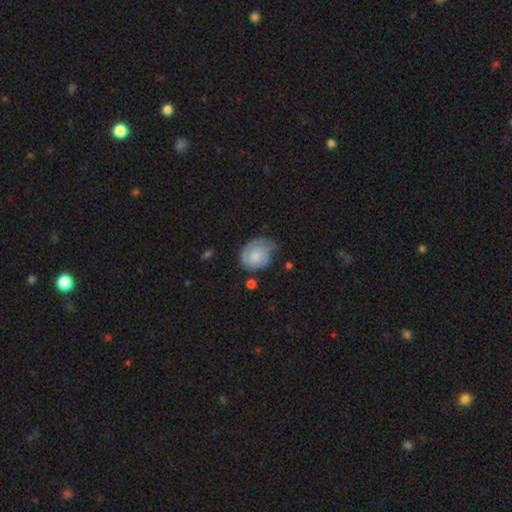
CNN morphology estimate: A smooth galaxy with no disk features (48%).

Vote fractions:
- Smooth or featured? smooth: 48% / featured or disk: 45% / star or artifact: 7%
- Merging? none: 43% / minor disturbance: 37% / major disturbance: 17% / merger: 3%